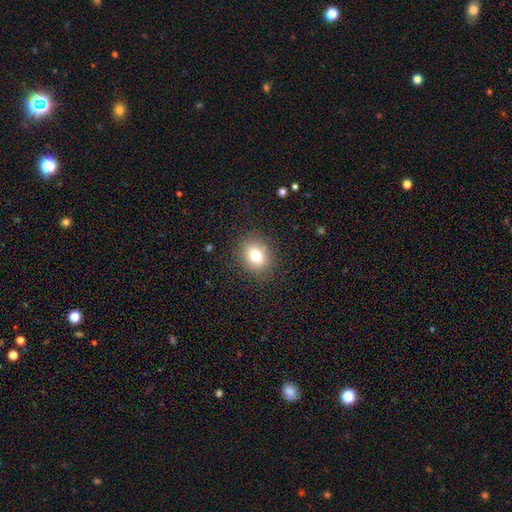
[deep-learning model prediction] This is likely a smooth galaxy (78%). How rounded: possibly round (50%). Merging: clearly none (86%).